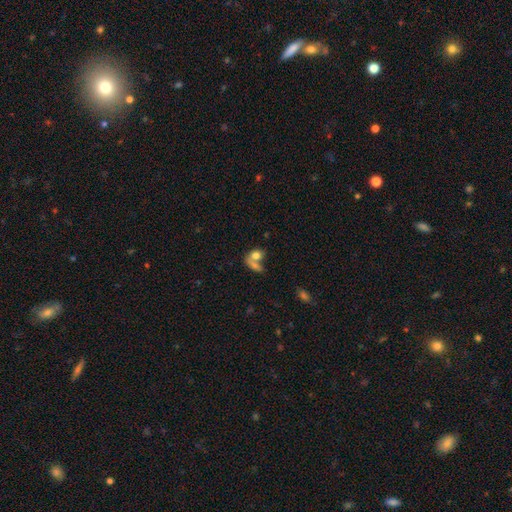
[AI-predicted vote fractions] This appears to be a smooth galaxy with no disk features (68%) that is in between round and cigar-shaped (62%). Merging: merger (54%).